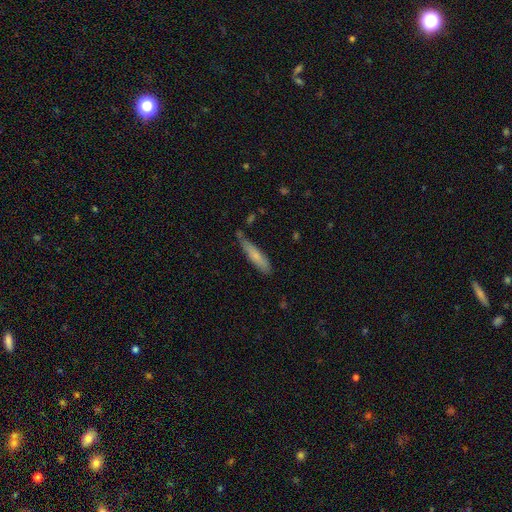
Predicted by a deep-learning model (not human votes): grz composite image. It shows a smooth galaxy with no disk features (73%) that is cigar-shaped (83%). Merging: none (66%).